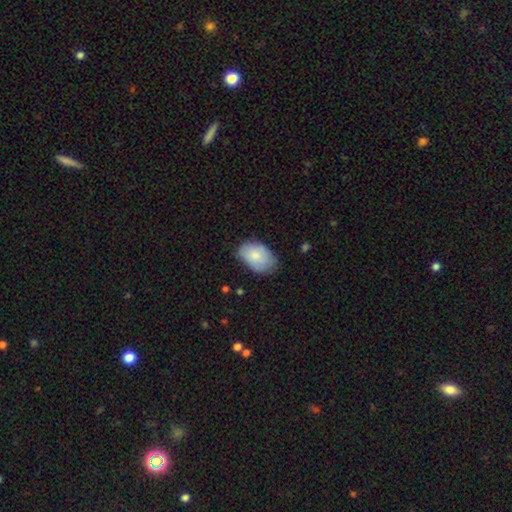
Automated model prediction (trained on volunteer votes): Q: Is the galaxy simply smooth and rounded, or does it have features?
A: smooth — 80%.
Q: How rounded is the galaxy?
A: in between — 89%.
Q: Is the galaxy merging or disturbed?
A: none — 58%.